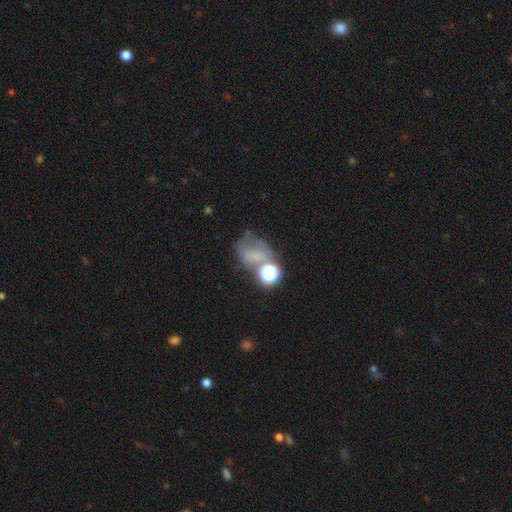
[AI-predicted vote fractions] Smooth or featured: smooth — 44% (star or artifact — 29%)
Merging: none — 35% (major disturbance — 26%)